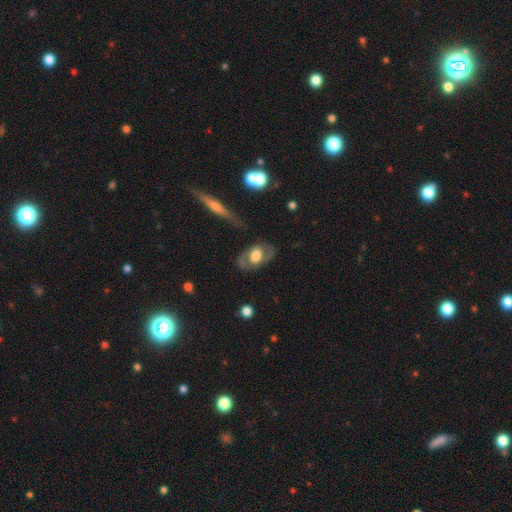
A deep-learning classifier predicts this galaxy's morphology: Overall: featured or disk (66%; smooth 28%). Edge-on disk: no (91%). Bar: no (60%; weak 29%). Spiral arms: yes (66%; no 34%). Bulge size: large (48%; moderate 40%). Merging: none (74%).